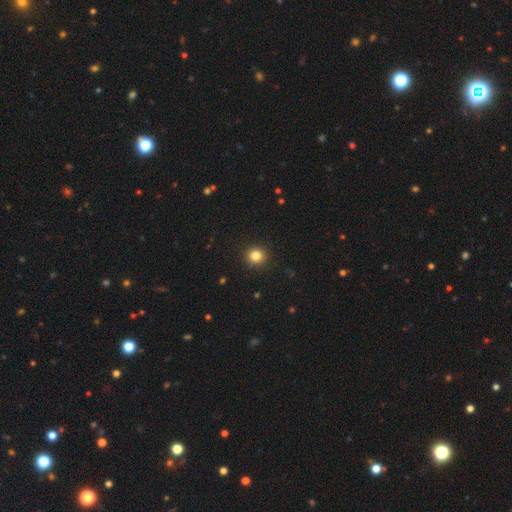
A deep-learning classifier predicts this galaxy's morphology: type=smooth (82%); roundness=round (91%); merging=none (92%).